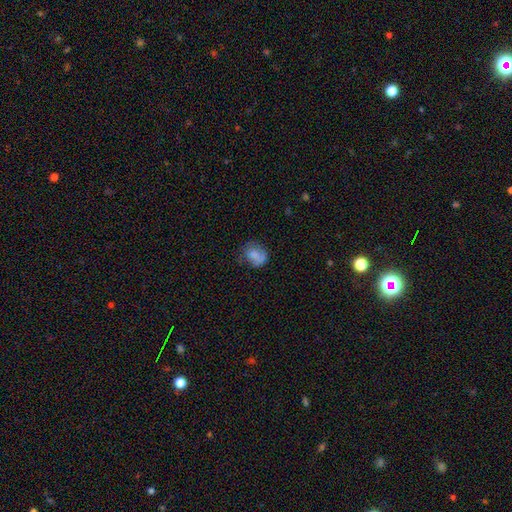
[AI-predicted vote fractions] A smooth galaxy with no disk features (71%) that is round (53%). Merging: none (51%).